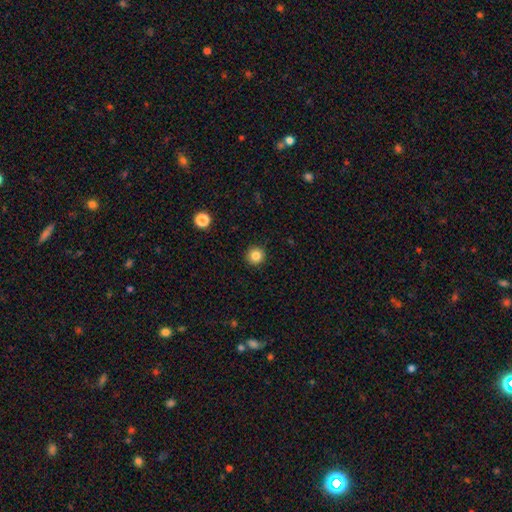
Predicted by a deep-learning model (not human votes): Smooth or featured? smooth (85%)
How rounded? round (95%)
Merging? none (92%)